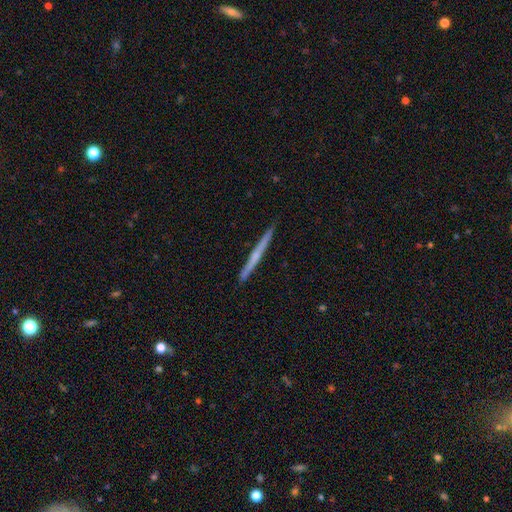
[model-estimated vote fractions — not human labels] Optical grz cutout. It shows a featured or disk galaxy (62%) viewed edge-on (98%) with no central bulge (59%). Merging: none (92%).